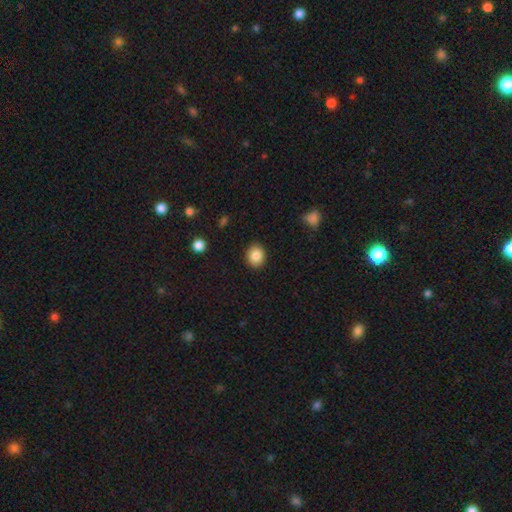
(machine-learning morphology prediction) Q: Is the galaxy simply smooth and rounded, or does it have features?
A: smooth — 87%.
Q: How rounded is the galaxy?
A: round — 56%.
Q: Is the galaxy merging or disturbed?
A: none — 88%.